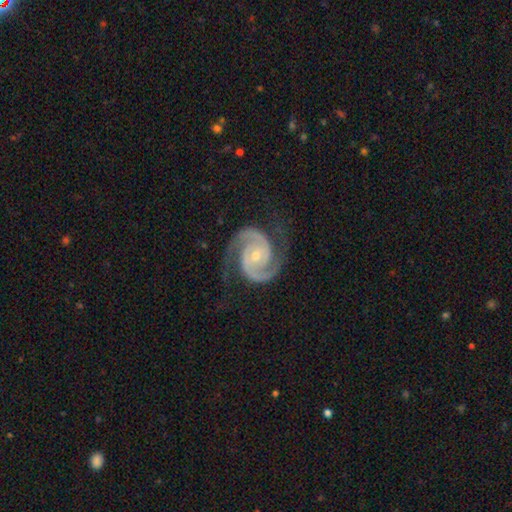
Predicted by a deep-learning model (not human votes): Smooth or featured?
  - featured or disk: 94% *
  - star or artifact: 4%
  - smooth: 2%
Edge-on disk?
  - no: 98% *
  - yes: 2%
Bar?
  - no: 59% *
  - weak: 29%
  - strong: 12%
Spiral arms?
  - yes: 99% *
  - no: 1%
Spiral winding?
  - medium: 48% *
  - tight: 46%
  - loose: 6%
Spiral arm count?
  - 2: 94% *
  - 3: 2%
  - can't tell: 1%
  - 1: 1%
  - 4: 1%
  - more than 4: 1%
Bulge size?
  - small: 59% *
  - moderate: 37%
  - none: 1%
  - large: 1%
  - dominant: 1%
Merging?
  - none: 79% *
  - minor disturbance: 14%
  - major disturbance: 6%
  - merger: 1%